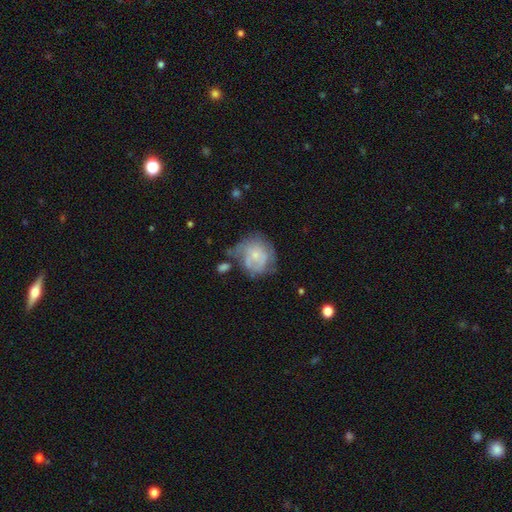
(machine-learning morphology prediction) Q: Smooth or featured?
A: featured or disk (49%); runner-up: smooth (44%)
Q: Merging?
A: none (38%); runner-up: minor disturbance (29%)